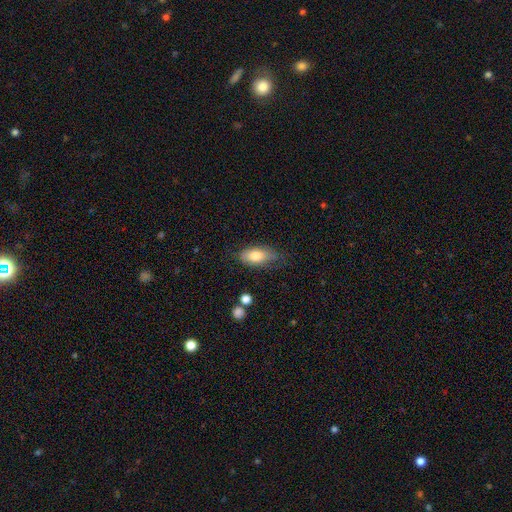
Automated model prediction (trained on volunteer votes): smooth 76%, featured or disk 17%, star or artifact 7%. Down the decision tree: how rounded — in between (86%); merging — none (65%).